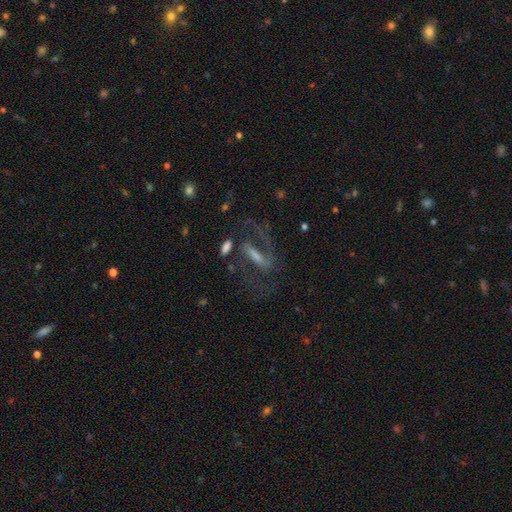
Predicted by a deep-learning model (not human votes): Overall: featured or disk (77%). Edge-on disk: no (89%). Bar: strong (55%; weak 32%). Spiral arms: yes (89%). Spiral arm count: 2 (87%). Spiral winding: medium (49%; loose 36%). Bulge size: small (37%; moderate 29%). Merging: none (62%).